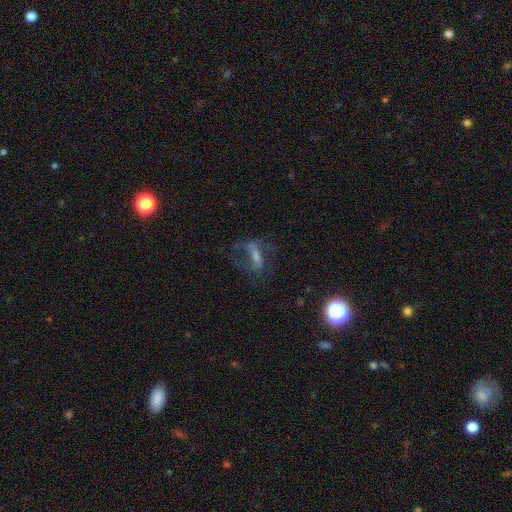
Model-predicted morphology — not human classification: featured or disk 50%, smooth 27%, star or artifact 23%. Down the decision tree: merging — none (50%).